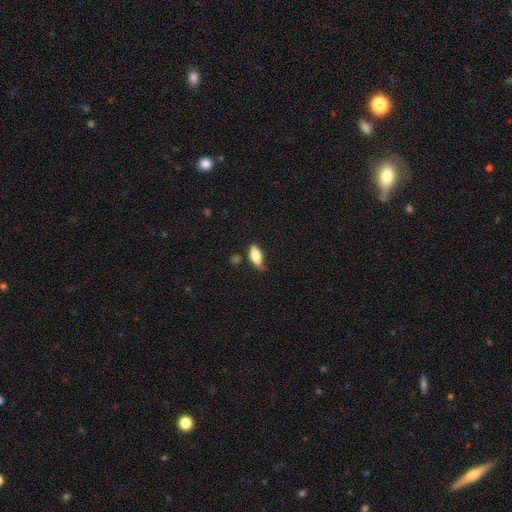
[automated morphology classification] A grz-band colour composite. It shows a smooth galaxy with no disk features (76%) that is in between round and cigar-shaped (84%). Merging: none (52%).